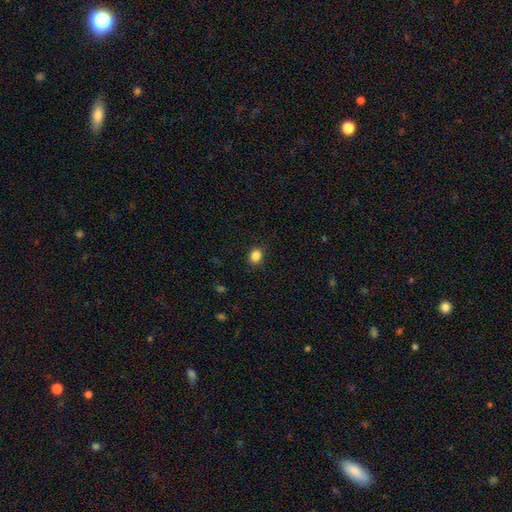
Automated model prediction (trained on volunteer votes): Smooth or featured? Predicted: smooth (p=0.85). How rounded? Predicted: round (p=0.64). Merging? Predicted: none (p=0.88).